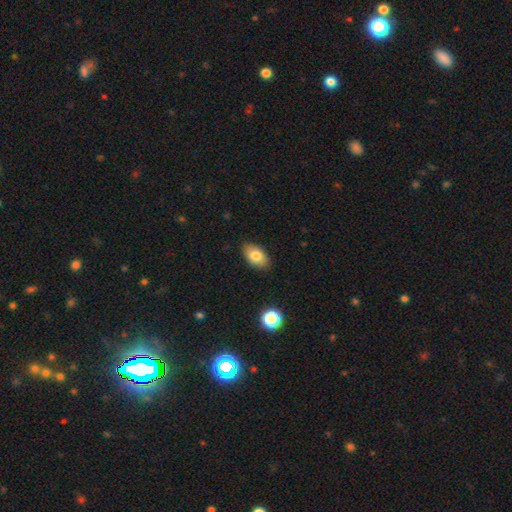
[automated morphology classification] type=smooth (80%); roundness=in between (91%); merging=none (86%).